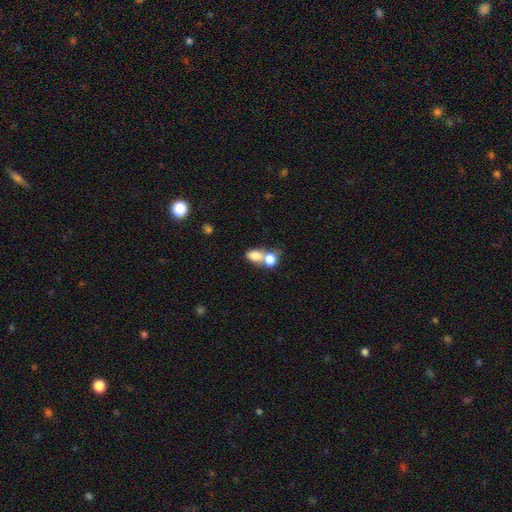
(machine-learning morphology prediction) smooth 78%, featured or disk 12%, star or artifact 10%. Down the decision tree: how rounded — in between (66%); merging — merger (63%).